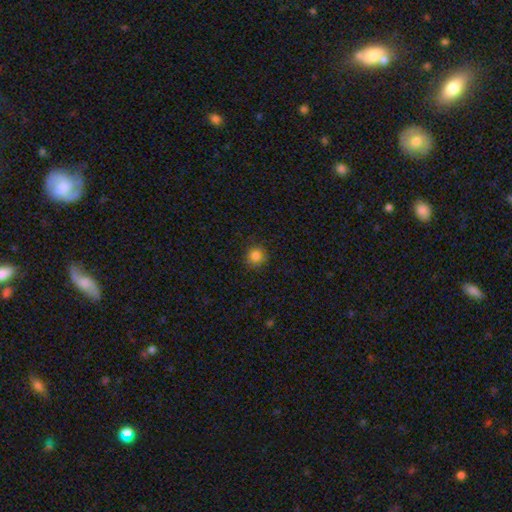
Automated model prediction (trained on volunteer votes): A smooth galaxy with no disk features (83%) that is round (88%).

Vote fractions:
- Smooth or featured? smooth: 83% / star or artifact: 11% / featured or disk: 6%
- How rounded? round: 88% / in between: 11% / cigar-shaped: 1%
- Merging? none: 86% / minor disturbance: 10% / major disturbance: 2% / merger: 1%